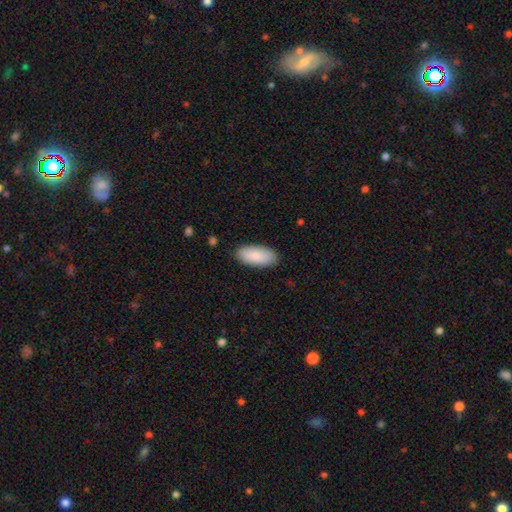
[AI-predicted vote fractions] smooth_or_featured: smooth (p=0.88) [alt: featured or disk p=0.07]
how_rounded: in between (p=0.91) [alt: cigar-shaped p=0.08]
merging: none (p=0.88) [alt: minor disturbance p=0.09]